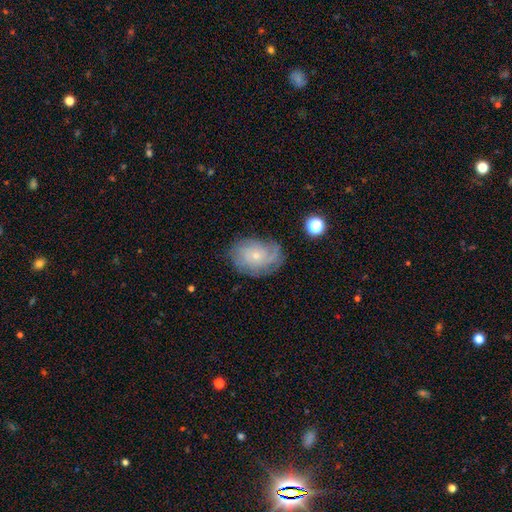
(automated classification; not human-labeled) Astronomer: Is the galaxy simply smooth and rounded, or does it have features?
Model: featured or disk — 64%.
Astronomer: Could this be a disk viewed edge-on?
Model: no — 96%.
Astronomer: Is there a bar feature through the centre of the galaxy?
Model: no — 81%.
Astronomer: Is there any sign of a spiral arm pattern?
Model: yes — 87%.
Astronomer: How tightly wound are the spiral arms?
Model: tight — 59%.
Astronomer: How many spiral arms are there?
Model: can't tell — 49%.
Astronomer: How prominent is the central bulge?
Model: small — 76%.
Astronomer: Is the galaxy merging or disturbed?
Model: none — 69%.